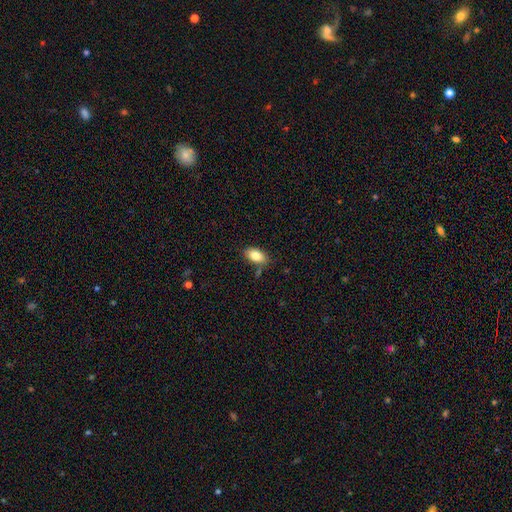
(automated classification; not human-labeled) Morphology: type=smooth (82%); roundness=in between (92%); merging=none (77%).